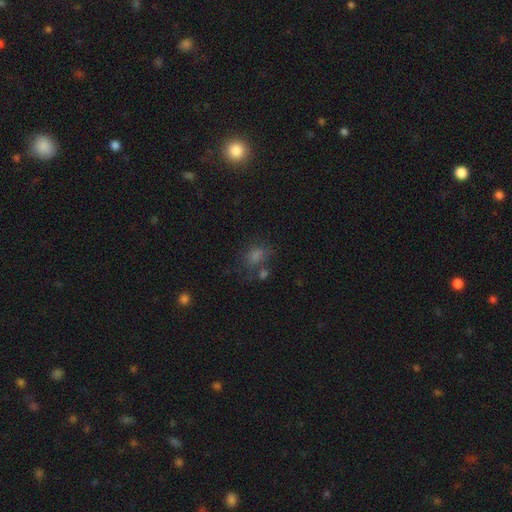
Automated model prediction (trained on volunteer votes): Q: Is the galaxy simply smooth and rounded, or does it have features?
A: smooth — 60%.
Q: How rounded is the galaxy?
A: in between — 58%.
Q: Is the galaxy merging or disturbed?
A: none — 60%.